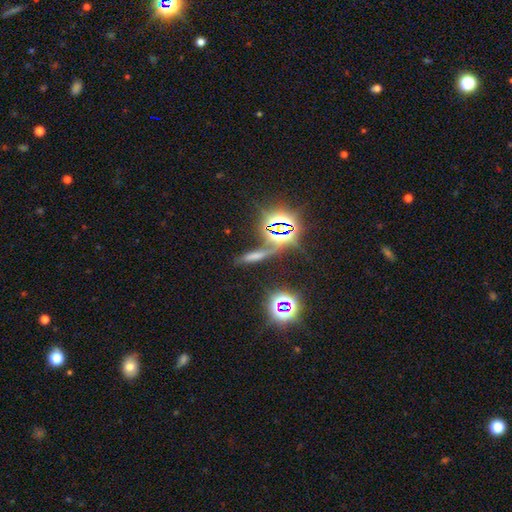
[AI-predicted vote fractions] Smooth or featured?
  - star or artifact: 43% *
  - smooth: 42%
  - featured or disk: 15%